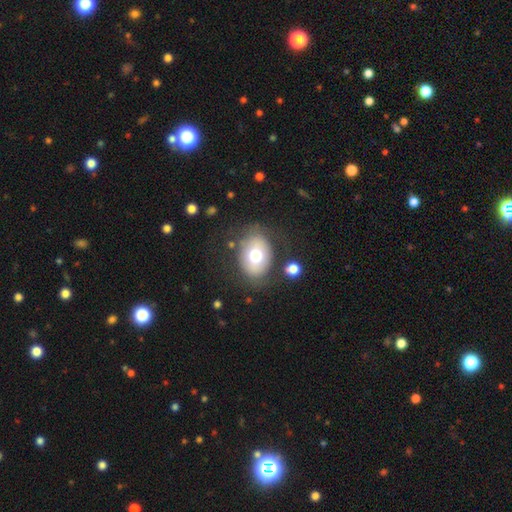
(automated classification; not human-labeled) This appears to be a smooth galaxy with no disk features (67%) that is in between round and cigar-shaped (66%). Merging: none (71%).